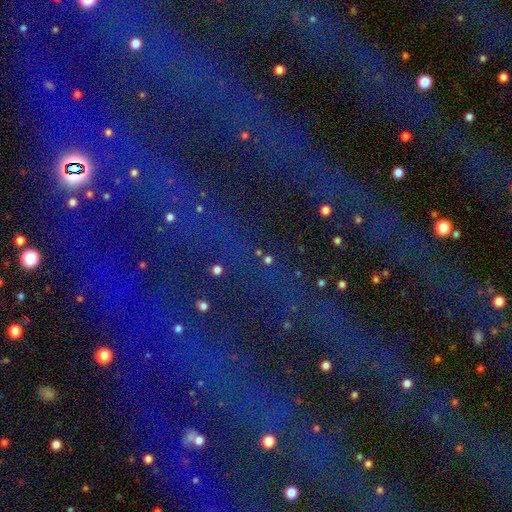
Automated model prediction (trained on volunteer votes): The model was most divided on "smooth or featured": star or artifact: 82%, featured or disk: 11%, smooth: 7%.